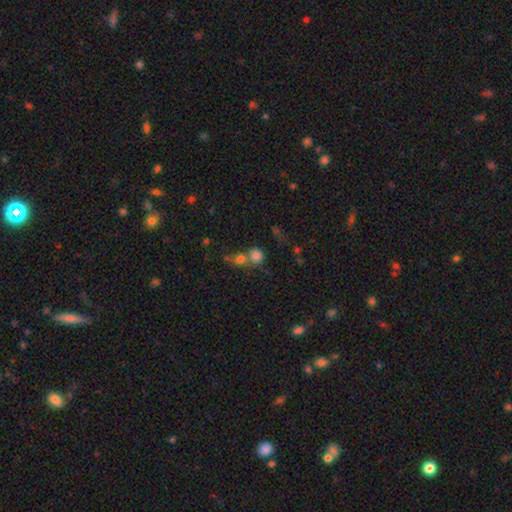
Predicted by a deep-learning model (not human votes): The model was most divided on "merging": merger: 45%, none: 43%, minor disturbance: 8%, major disturbance: 5%. More confident: how rounded — round (84%); smooth or featured — smooth (76%).